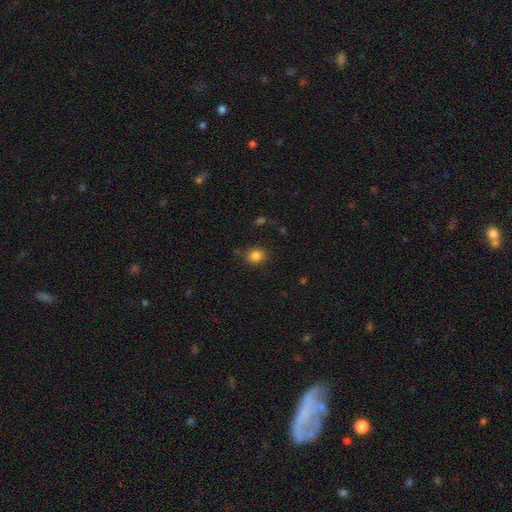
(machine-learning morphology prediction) Q: Smooth or featured?
A: smooth (85%); runner-up: star or artifact (11%)
Q: How rounded?
A: round (67%); runner-up: in between (32%)
Q: Merging?
A: none (85%); runner-up: minor disturbance (10%)